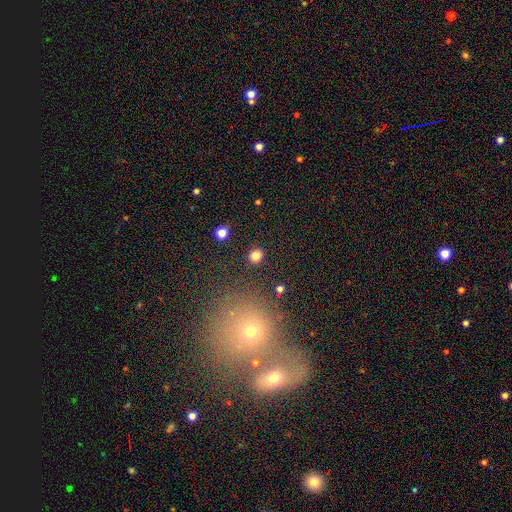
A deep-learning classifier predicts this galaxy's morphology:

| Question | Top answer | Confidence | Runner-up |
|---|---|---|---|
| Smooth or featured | smooth | 83% | star or artifact (13%) |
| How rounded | round | 78% | in between (21%) |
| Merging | none | 89% | minor disturbance (6%) |